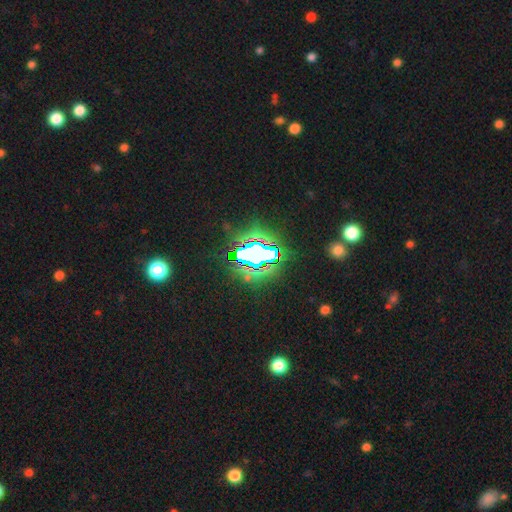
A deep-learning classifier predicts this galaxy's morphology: Smooth or featured? Predicted: star or artifact (p=0.71).